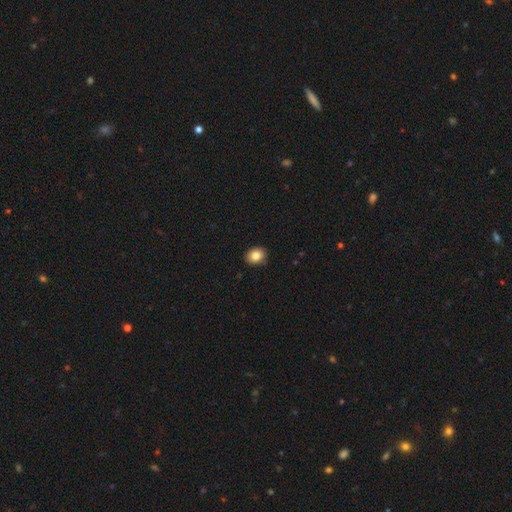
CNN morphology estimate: smooth-or-featured: smooth: 83% | star or artifact: 9% | featured or disk: 8%
  how-rounded: in between: 55% | round: 44% | cigar-shaped: 1%
  merging: none: 89% | minor disturbance: 9% | major disturbance: 2% | merger: 1%